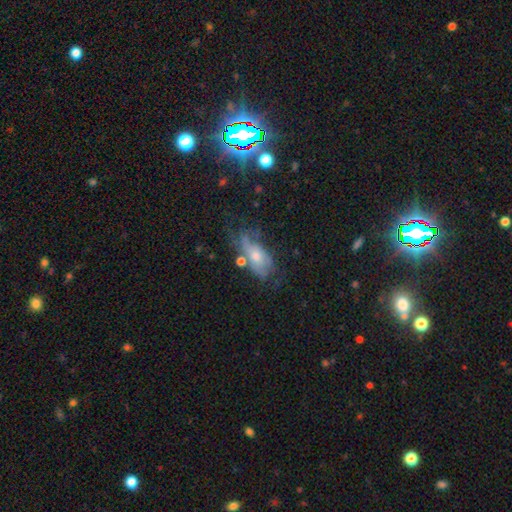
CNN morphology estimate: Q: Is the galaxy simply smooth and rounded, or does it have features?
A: featured or disk — 53%.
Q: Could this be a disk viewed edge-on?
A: no — 84%.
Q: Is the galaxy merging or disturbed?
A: none — 39%.